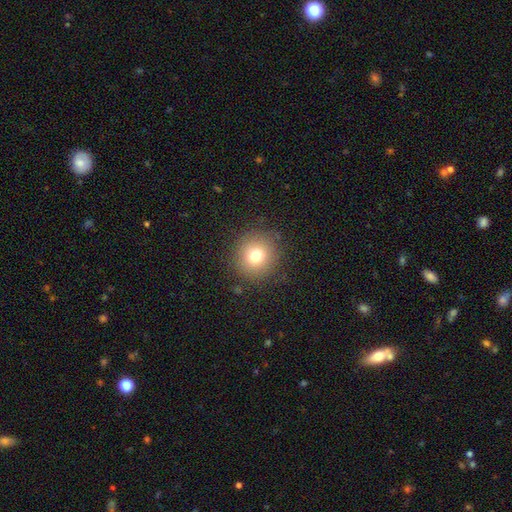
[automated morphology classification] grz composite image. It shows a smooth galaxy with no disk features (76%) that is round (92%). Merging: none (87%).